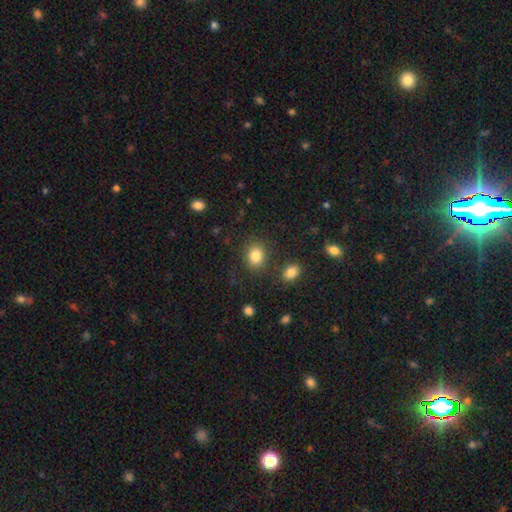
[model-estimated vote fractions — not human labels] Smooth or featured: smooth — 83% (star or artifact — 10%)
How rounded: round — 53% (in between — 46%)
Merging: none — 81% (minor disturbance — 10%)